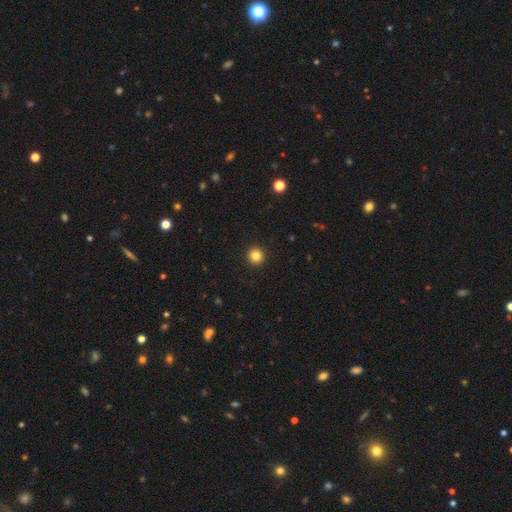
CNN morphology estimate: The model was most divided on "smooth or featured": smooth: 84%, star or artifact: 12%, featured or disk: 5%. More confident: how rounded — round (95%); merging — none (94%).